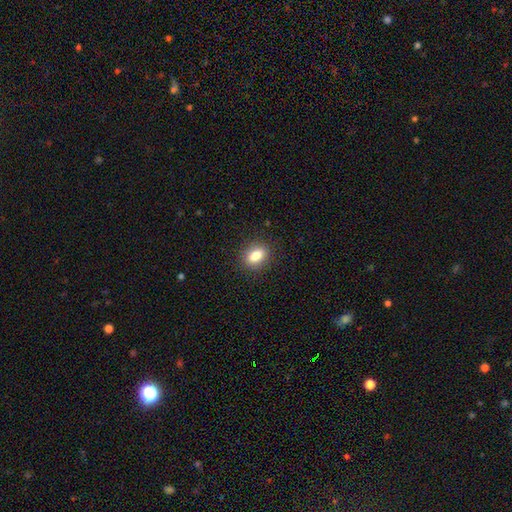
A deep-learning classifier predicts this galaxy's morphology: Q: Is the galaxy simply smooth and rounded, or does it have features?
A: smooth — 84%.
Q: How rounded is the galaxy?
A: in between — 75%.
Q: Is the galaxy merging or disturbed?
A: none — 88%.